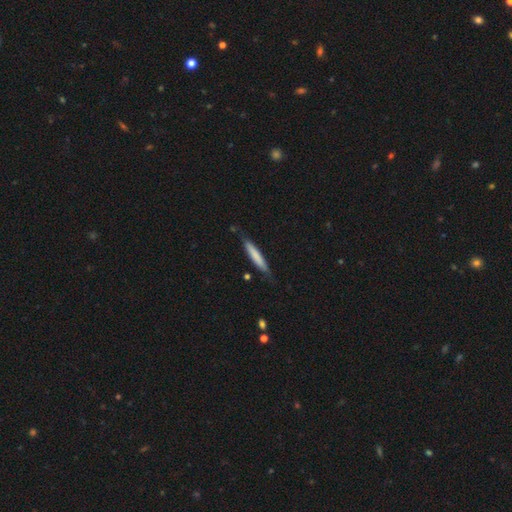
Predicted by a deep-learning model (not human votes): A smooth galaxy with no disk features (73%) that is cigar-shaped (91%).

Vote fractions:
- Smooth or featured? smooth: 73% / featured or disk: 21% / star or artifact: 5%
- How rounded? cigar-shaped: 91% / in between: 7% / round: 1%
- Merging? none: 78% / minor disturbance: 17% / major disturbance: 3% / merger: 2%